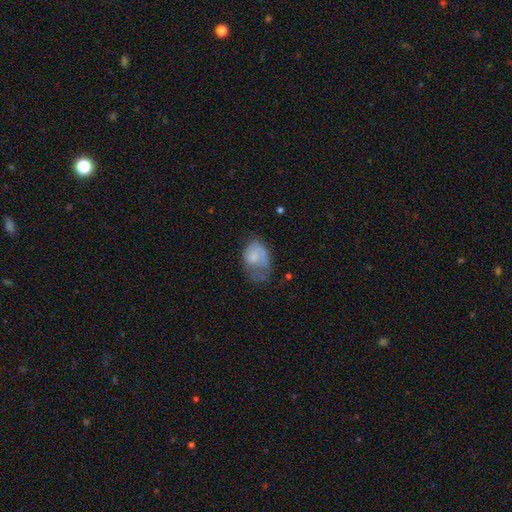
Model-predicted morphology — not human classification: smooth_or_featured: smooth (p=0.64) [alt: featured or disk p=0.27]
how_rounded: in between (p=0.78) [alt: round p=0.21]
merging: major disturbance (p=0.44) [alt: minor disturbance p=0.29]